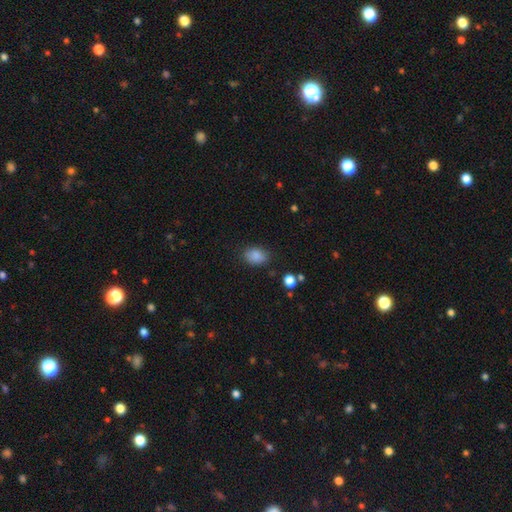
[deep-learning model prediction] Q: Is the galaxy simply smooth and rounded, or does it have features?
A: smooth — 86%.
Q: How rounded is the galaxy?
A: in between — 78%.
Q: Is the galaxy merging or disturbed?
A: none — 79%.